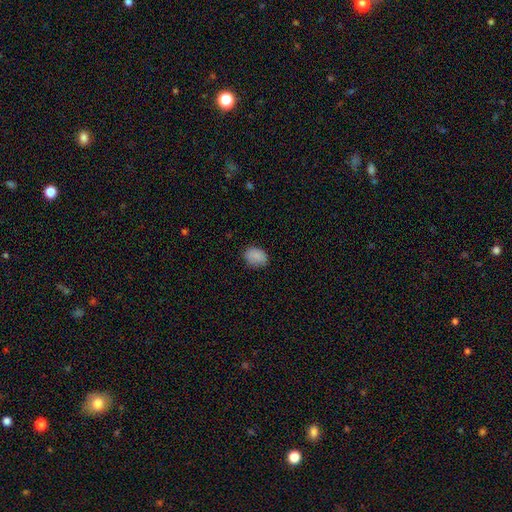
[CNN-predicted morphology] type=smooth (87%); roundness=in between (66%); merging=none (81%).